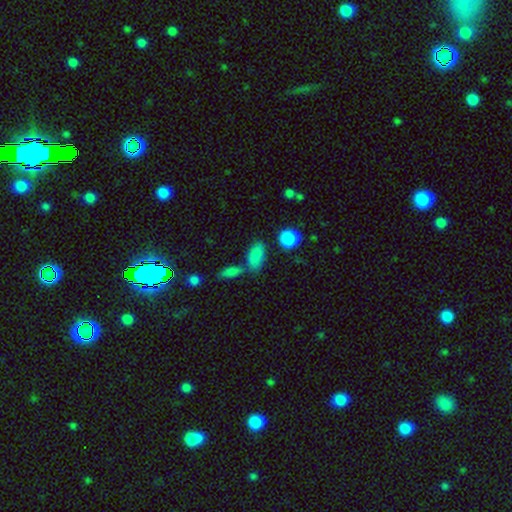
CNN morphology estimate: Smooth or featured? smooth (83%)
How rounded? in between (84%)
Merging? none (59%)